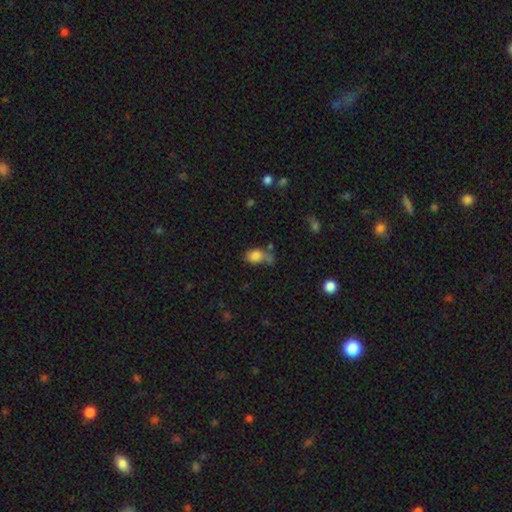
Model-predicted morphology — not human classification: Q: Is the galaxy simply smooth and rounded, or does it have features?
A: smooth — 80%.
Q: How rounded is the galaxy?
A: in between — 77%.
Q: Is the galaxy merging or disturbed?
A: none — 35%.